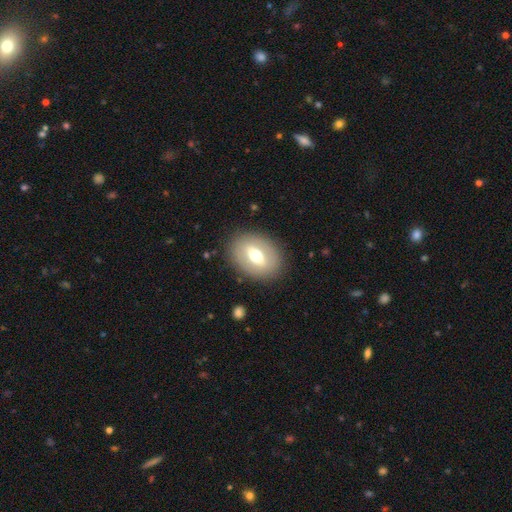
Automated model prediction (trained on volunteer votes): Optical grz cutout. It shows a smooth galaxy with no disk features (51%) that is in between round and cigar-shaped (72%). Merging: none (85%).